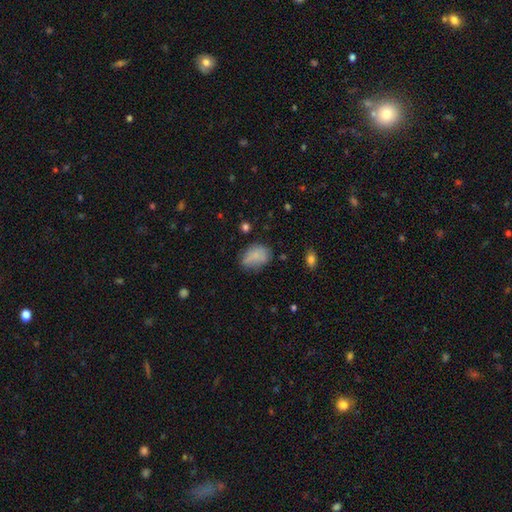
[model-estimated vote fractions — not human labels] Morphology: type=smooth (77%); roundness=in between (78%); merging=none (52%).